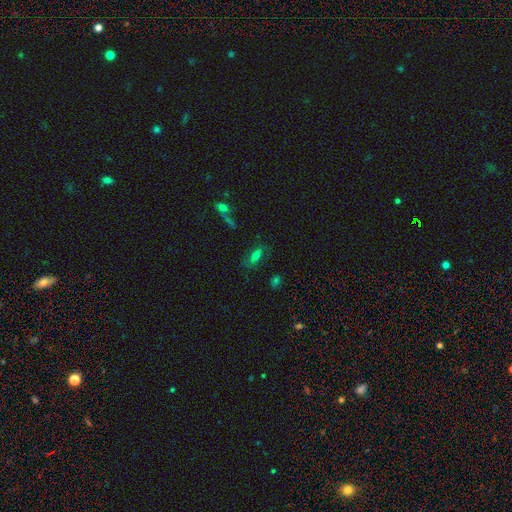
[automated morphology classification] Smooth or featured? Predicted: smooth (p=0.55). How rounded? Predicted: in between (p=0.79). Merging? Predicted: none (p=0.68).